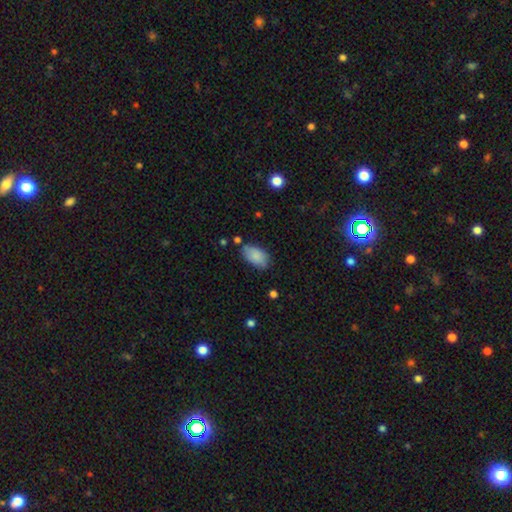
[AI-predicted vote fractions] Smooth or featured? smooth (85%)
How rounded? in between (93%)
Merging? none (70%)